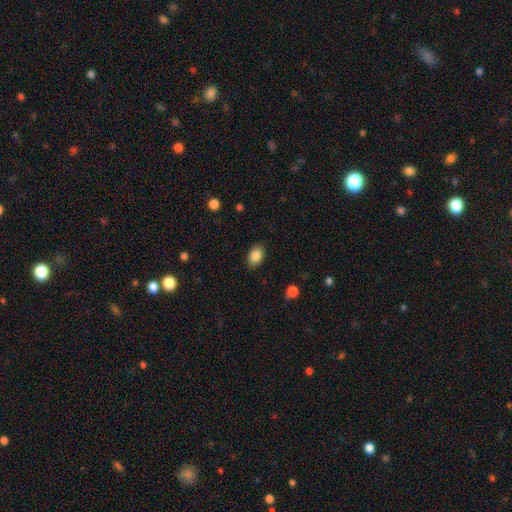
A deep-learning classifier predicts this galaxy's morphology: Smooth or featured: smooth — 86% (star or artifact — 8%)
How rounded: in between — 84% (round — 15%)
Merging: none — 87% (minor disturbance — 10%)